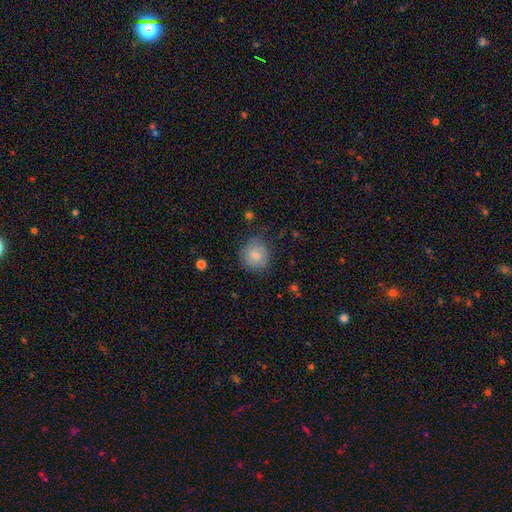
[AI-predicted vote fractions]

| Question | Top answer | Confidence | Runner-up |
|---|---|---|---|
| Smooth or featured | smooth | 81% | featured or disk (11%) |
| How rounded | round | 88% | in between (11%) |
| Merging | none | 73% | minor disturbance (21%) |